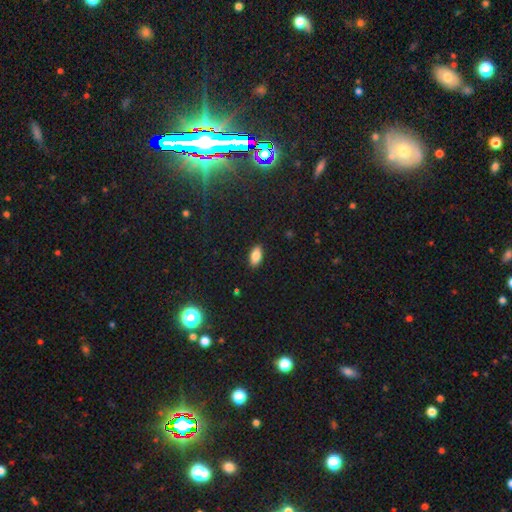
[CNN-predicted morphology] This is clearly a smooth galaxy (83%). How rounded: clearly in between (90%). Merging: clearly none (89%).